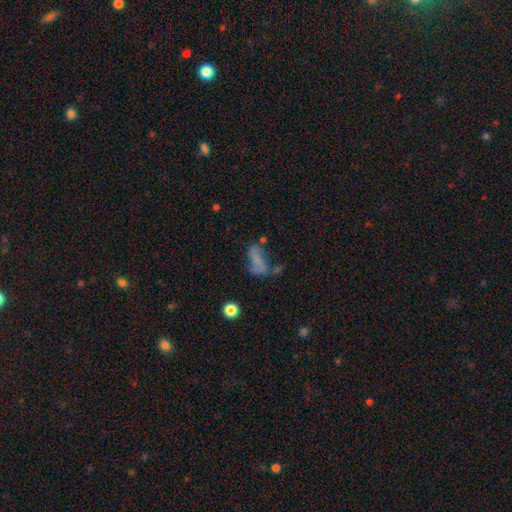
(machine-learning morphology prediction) A smooth galaxy with no disk features (49%). Merging: major disturbance (31%, tied with none).